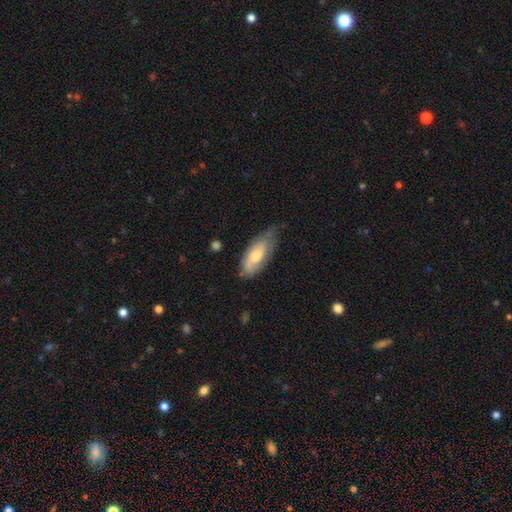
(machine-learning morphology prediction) A smooth galaxy with no disk features (51%) that is in between round and cigar-shaped (82%).

Vote fractions:
- Smooth or featured? smooth: 51% / featured or disk: 43% / star or artifact: 6%
- How rounded? in between: 82% / cigar-shaped: 15% / round: 2%
- Merging? none: 52% / minor disturbance: 35% / major disturbance: 10% / merger: 2%